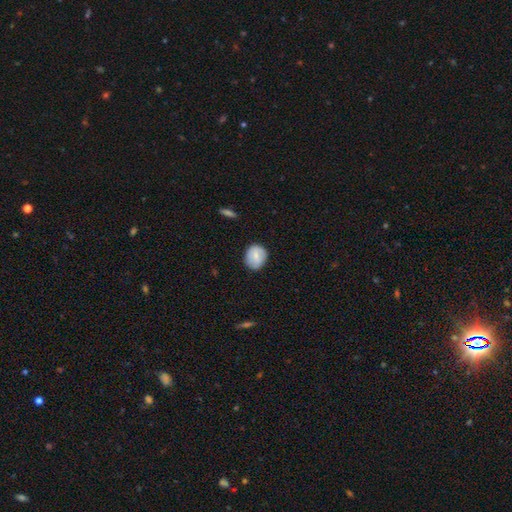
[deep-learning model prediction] Smooth or featured?
  - smooth: 64% *
  - featured or disk: 29%
  - star or artifact: 7%
How rounded?
  - round: 69% *
  - in between: 30%
  - cigar-shaped: 1%
Merging?
  - none: 79% *
  - minor disturbance: 17%
  - major disturbance: 3%
  - merger: 1%